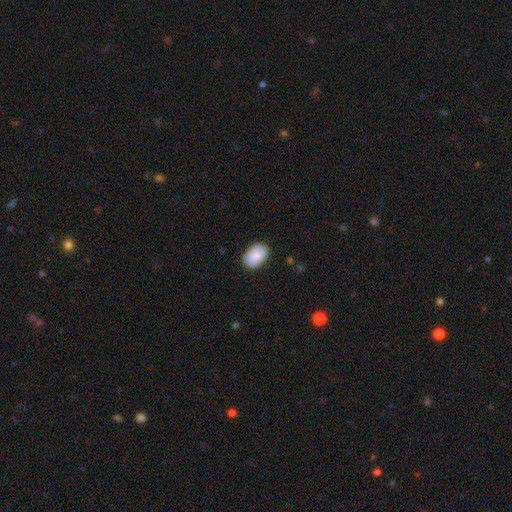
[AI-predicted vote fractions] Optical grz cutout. It shows a smooth galaxy with no disk features (84%) that is in between round and cigar-shaped (87%). Merging: none (82%).